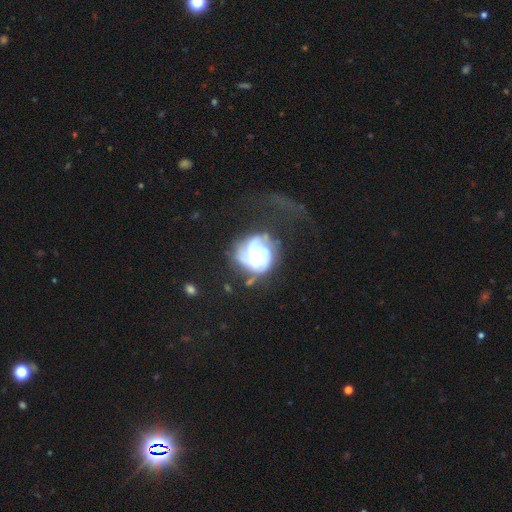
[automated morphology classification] A featured or disk galaxy (74%) with no bar (77%), tight (53%) spiral arms (87%) and a small central bulge (46%). Merging: none (41%).